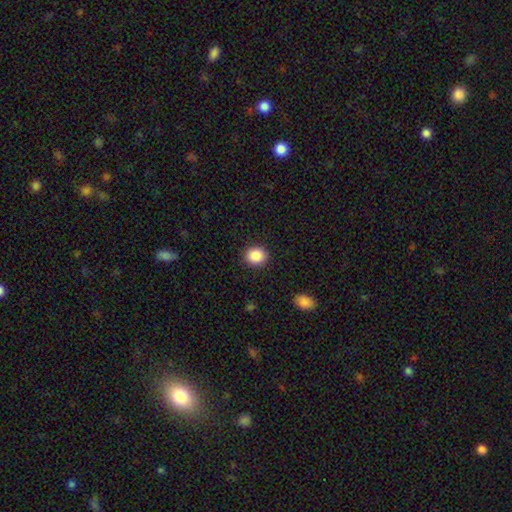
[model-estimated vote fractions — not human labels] This appears to be a smooth galaxy with no disk features (88%) that is round (74%). Merging: none (90%).